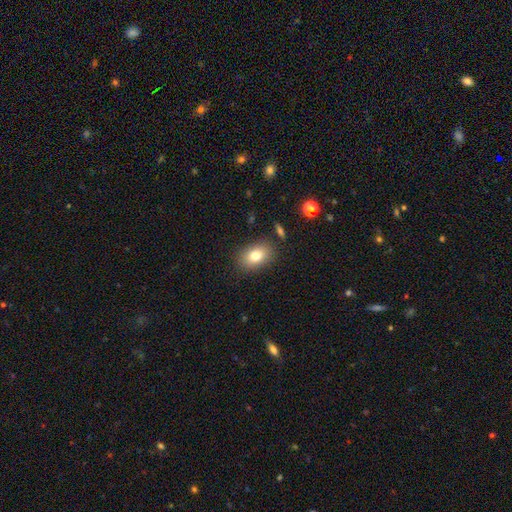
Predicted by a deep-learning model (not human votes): Overall: smooth (79%). How rounded: in between (82%). Merging: none (85%).